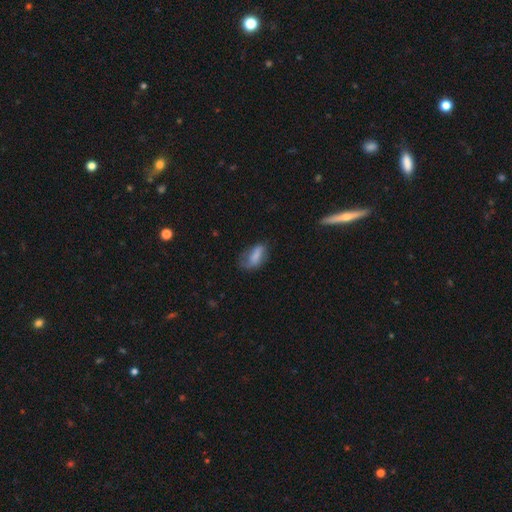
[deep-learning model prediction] Smooth or featured?
  - smooth: 70% *
  - featured or disk: 21%
  - star or artifact: 8%
How rounded?
  - in between: 83% *
  - cigar-shaped: 12%
  - round: 5%
Merging?
  - none: 44% *
  - minor disturbance: 33%
  - major disturbance: 20%
  - merger: 2%